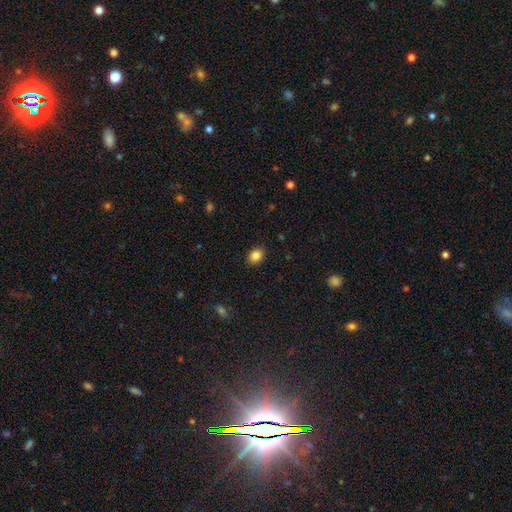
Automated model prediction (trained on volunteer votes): Smooth or featured: smooth — 86% (star or artifact — 10%)
How rounded: in between — 54% (round — 45%)
Merging: none — 89% (minor disturbance — 8%)